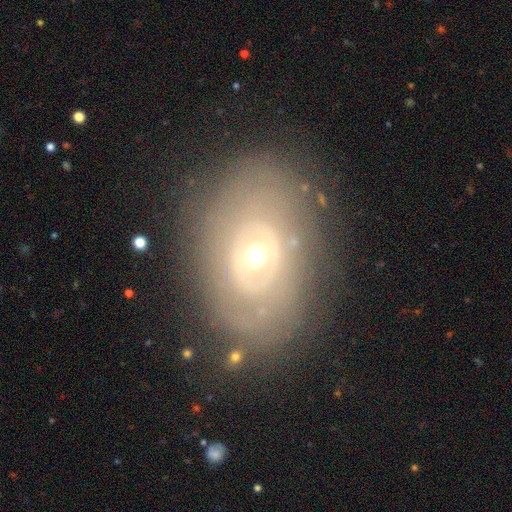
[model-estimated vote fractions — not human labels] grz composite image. It shows a featured or disk galaxy (72%) with no bar (77%), no spiral arms (56%) and a moderate central bulge (57%). Merging: none (77%).